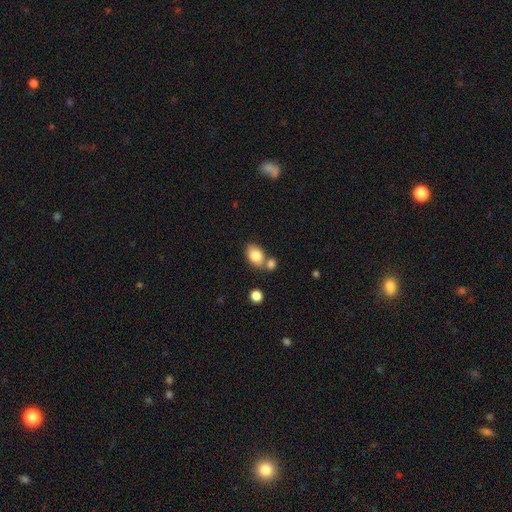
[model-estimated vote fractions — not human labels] A smooth galaxy with no disk features (82%) that is in between round and cigar-shaped (78%). Merging: none (53%).